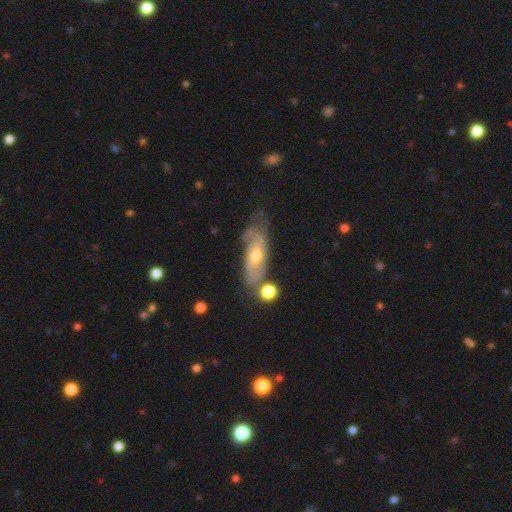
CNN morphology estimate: Overall: featured or disk (66%; smooth 26%). Edge-on disk: no (77%). Bar: no (67%). Spiral arms: yes (75%). Bulge size: moderate (56%; small 39%). Merging: none (54%; minor disturbance 26%).